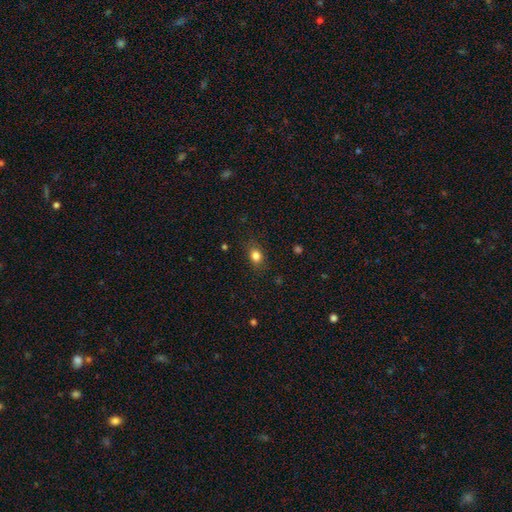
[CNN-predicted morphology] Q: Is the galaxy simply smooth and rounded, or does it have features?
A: smooth — 83%.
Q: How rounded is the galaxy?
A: in between — 58%.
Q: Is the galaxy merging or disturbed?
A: none — 82%.